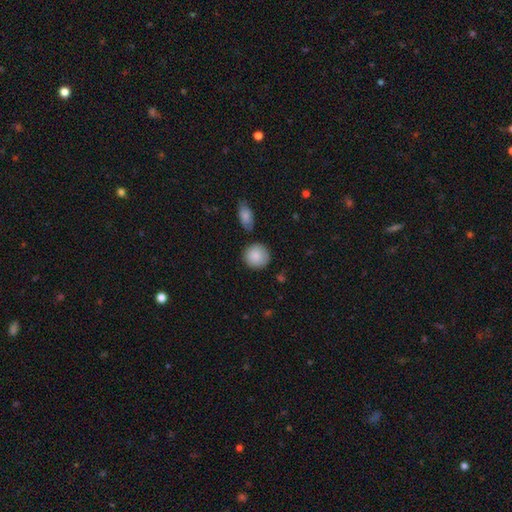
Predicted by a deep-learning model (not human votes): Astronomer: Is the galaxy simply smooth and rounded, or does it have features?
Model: smooth — 87%.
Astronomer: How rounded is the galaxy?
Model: round — 90%.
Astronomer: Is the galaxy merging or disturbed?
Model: none — 82%.